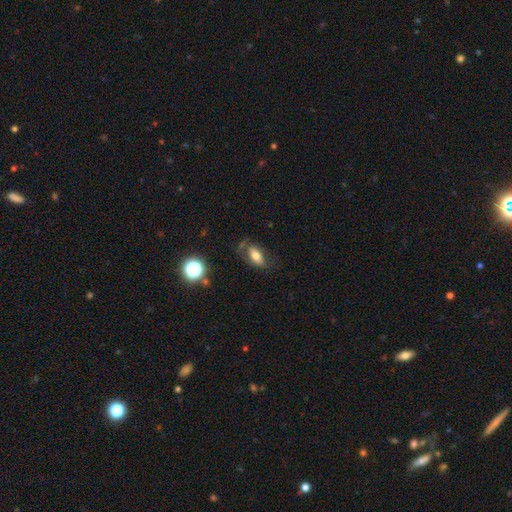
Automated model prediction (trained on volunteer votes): smooth-or-featured: smooth: 67% | featured or disk: 22% | star or artifact: 10%
  how-rounded: in between: 84% | cigar-shaped: 10% | round: 6%
  merging: none: 61% | minor disturbance: 23% | major disturbance: 12% | merger: 4%